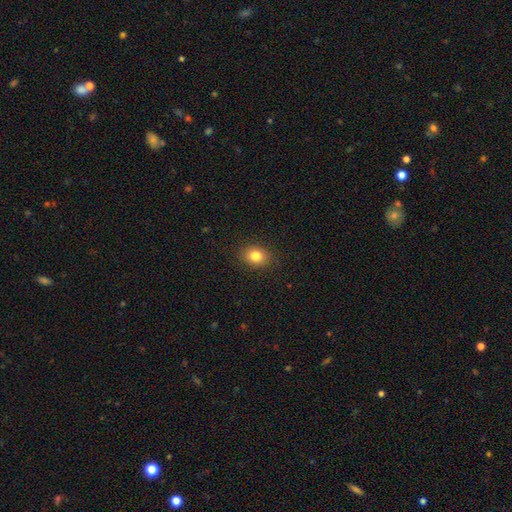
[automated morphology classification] type=smooth (82%); roundness=in between (50%); merging=none (89%).